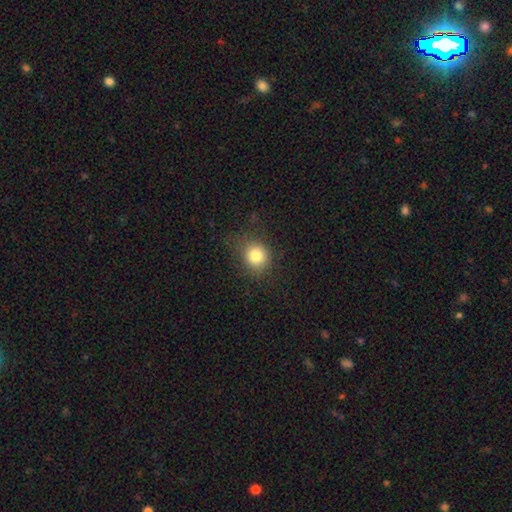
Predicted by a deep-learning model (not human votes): A smooth galaxy with no disk features (81%) that is round (81%). Merging: none (77%).